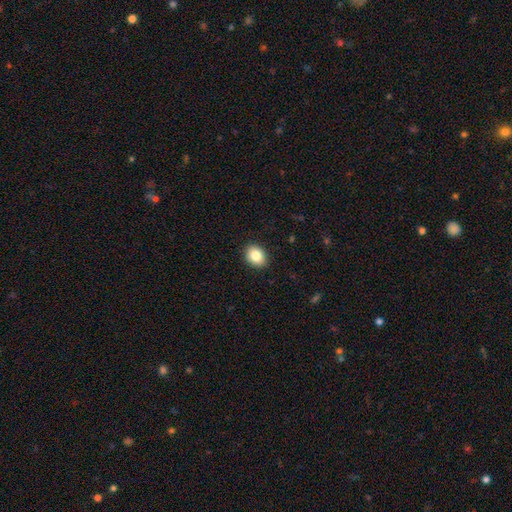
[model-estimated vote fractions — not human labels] smooth_or_featured: smooth (p=0.85) [alt: star or artifact p=0.09]
how_rounded: in between (p=0.57) [alt: round p=0.42]
merging: none (p=0.89) [alt: minor disturbance p=0.08]